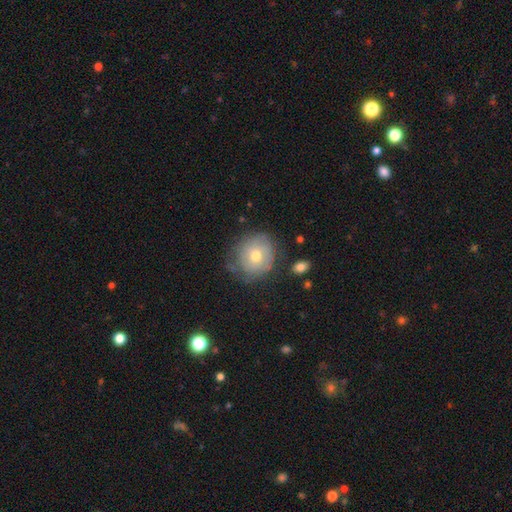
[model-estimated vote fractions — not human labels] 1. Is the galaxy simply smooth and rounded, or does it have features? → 56% smooth, 34% featured or disk, 9% star or artifact.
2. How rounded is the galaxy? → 85% round, 14% in between, 1% cigar-shaped.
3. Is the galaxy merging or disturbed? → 67% none, 22% minor disturbance, 8% major disturbance, 2% merger.